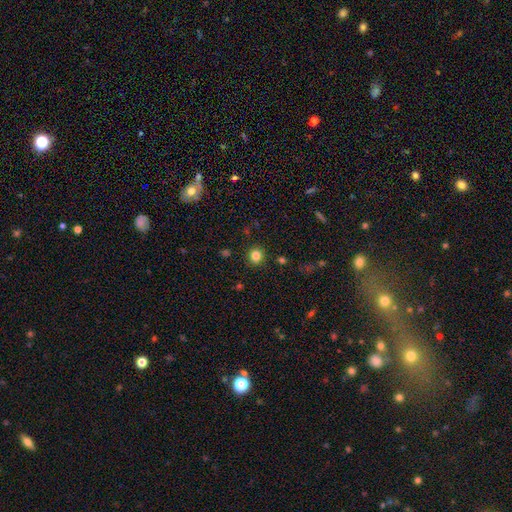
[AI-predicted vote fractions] This is clearly a smooth galaxy (83%). How rounded: clearly round (89%). Merging: clearly none (90%).